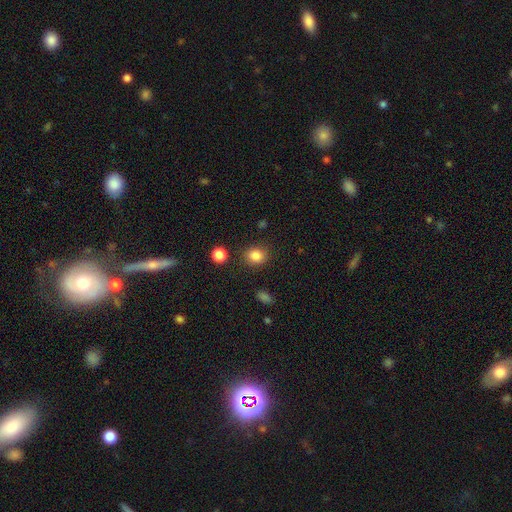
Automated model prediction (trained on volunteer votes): A smooth galaxy with no disk features (85%) that is round (65%). Merging: none (84%).